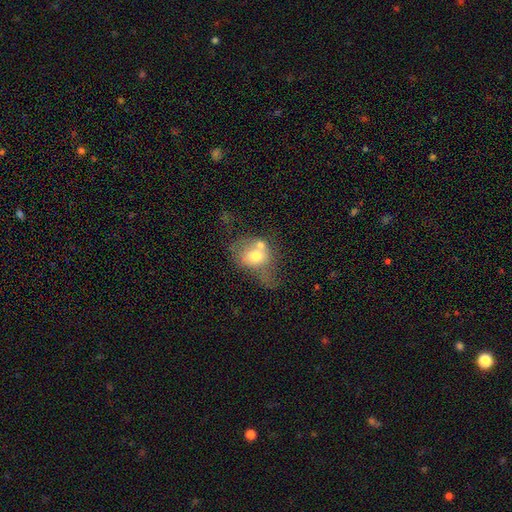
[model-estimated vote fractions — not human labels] This appears to be a smooth galaxy with no disk features (60%) that is round (52%). Merging: merger (46%).